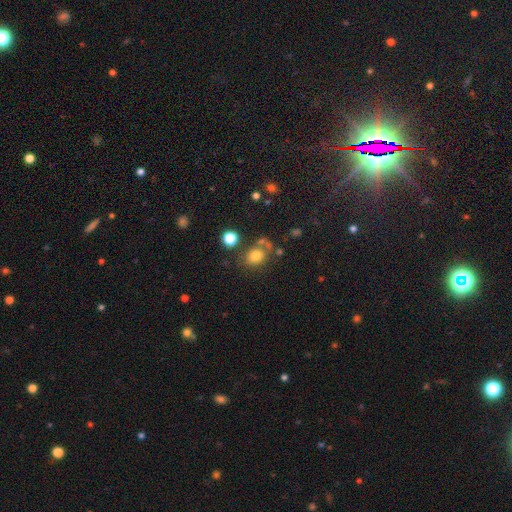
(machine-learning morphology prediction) smooth-or-featured: smooth: 76% | star or artifact: 13% | featured or disk: 10%
  how-rounded: round: 64% | in between: 35% | cigar-shaped: 1%
  merging: none: 61% | merger: 16% | minor disturbance: 15% | major disturbance: 8%